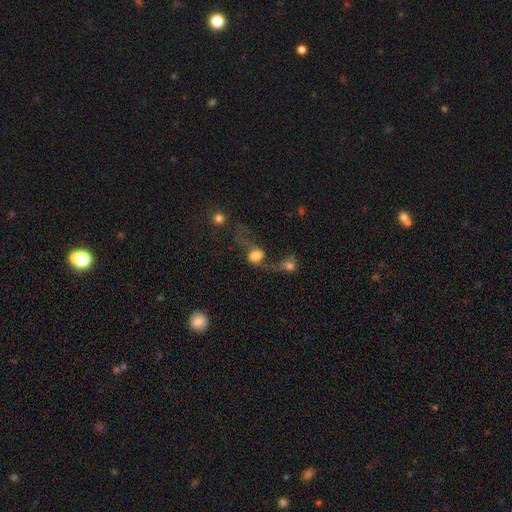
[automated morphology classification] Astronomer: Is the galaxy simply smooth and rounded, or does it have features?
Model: smooth — 55% (runner-up: featured or disk, 33%).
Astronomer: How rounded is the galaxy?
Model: round — 54% (runner-up: in between, 43%).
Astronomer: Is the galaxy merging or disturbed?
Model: merger — 40% (runner-up: major disturbance, 30%).